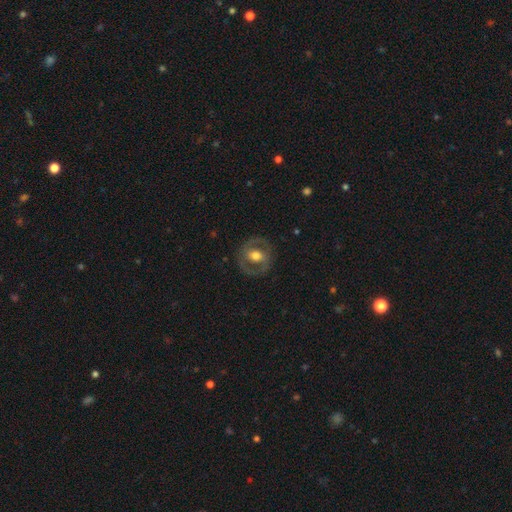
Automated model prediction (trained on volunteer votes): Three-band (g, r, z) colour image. It shows a featured or disk galaxy (60%) with no bar (49%), no spiral arms (64%) and a moderate central bulge (67%). Merging: none (80%).